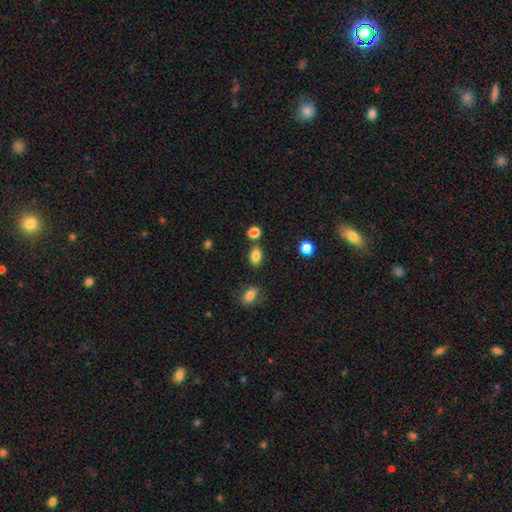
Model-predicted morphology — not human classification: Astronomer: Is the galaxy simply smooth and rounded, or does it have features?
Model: smooth — 84%.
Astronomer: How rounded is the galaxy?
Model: in between — 75%.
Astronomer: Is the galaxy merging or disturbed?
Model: none — 78%.